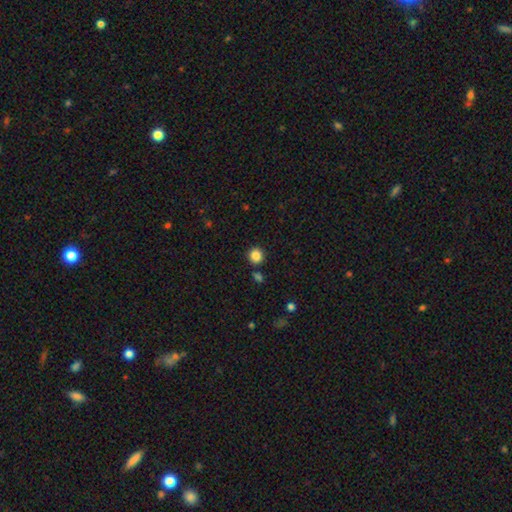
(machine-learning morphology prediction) Q: Smooth or featured?
A: smooth (85%); runner-up: star or artifact (11%)
Q: How rounded?
A: round (92%); runner-up: in between (7%)
Q: Merging?
A: none (87%); runner-up: minor disturbance (6%)